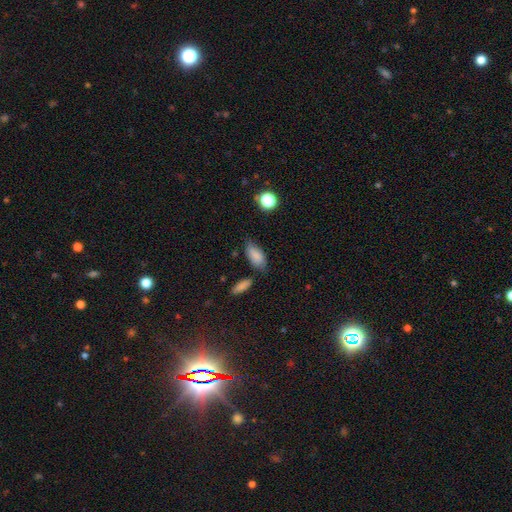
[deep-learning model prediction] Overall: smooth (83%). How rounded: in between (88%). Merging: none (63%; minor disturbance 25%).